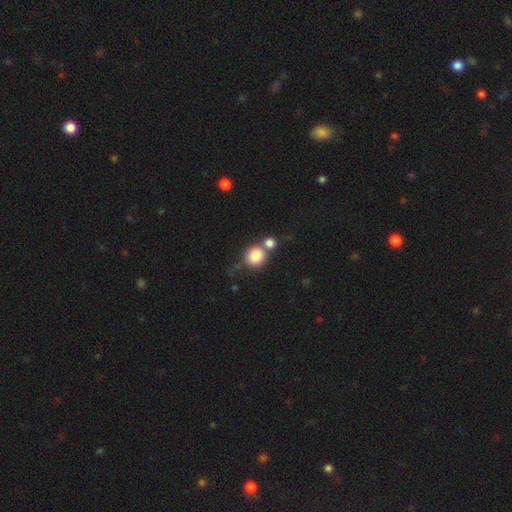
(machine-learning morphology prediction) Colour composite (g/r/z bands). It shows a smooth galaxy with no disk features (83%) that is round (86%). Merging: none (43%).